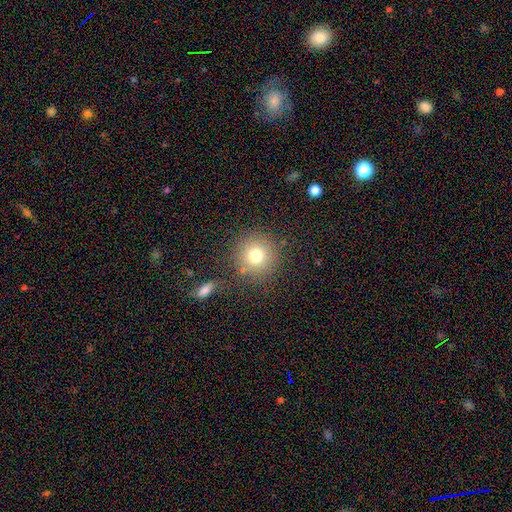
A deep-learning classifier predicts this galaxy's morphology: A smooth galaxy with no disk features (76%) that is round (94%). Merging: none (82%).